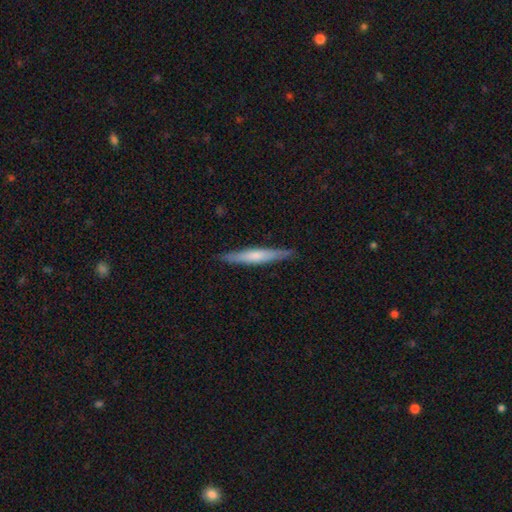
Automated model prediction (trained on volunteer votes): smooth-or-featured: smooth: 52% | featured or disk: 43% | star or artifact: 5%
  how-rounded: cigar-shaped: 94% | in between: 5% | round: 1%
  merging: none: 90% | minor disturbance: 8% | major disturbance: 2% | merger: 1%